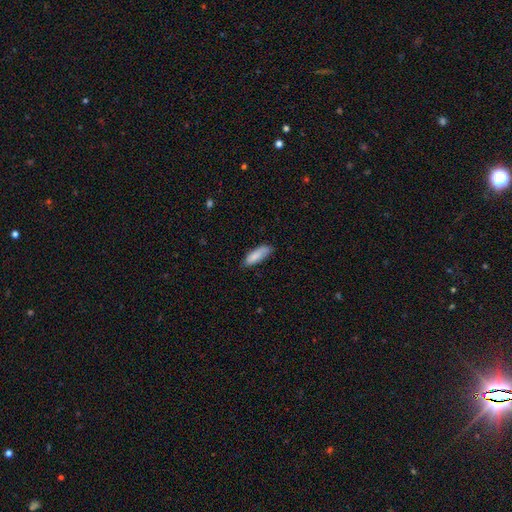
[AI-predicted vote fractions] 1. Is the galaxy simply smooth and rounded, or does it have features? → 84% smooth, 10% featured or disk, 6% star or artifact.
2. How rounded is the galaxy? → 64% in between, 35% cigar-shaped, 2% round.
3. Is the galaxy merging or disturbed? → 71% none, 24% minor disturbance, 4% major disturbance, 1% merger.